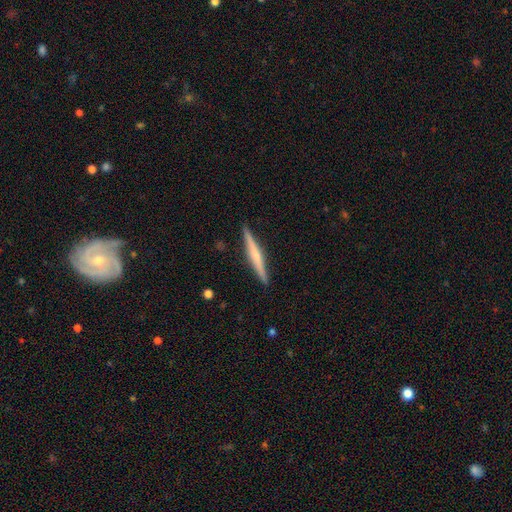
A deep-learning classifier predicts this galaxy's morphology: type=featured or disk (58%); edge-on=yes (98%); edge-on bulge=rounded (56%); merging=none (91%).